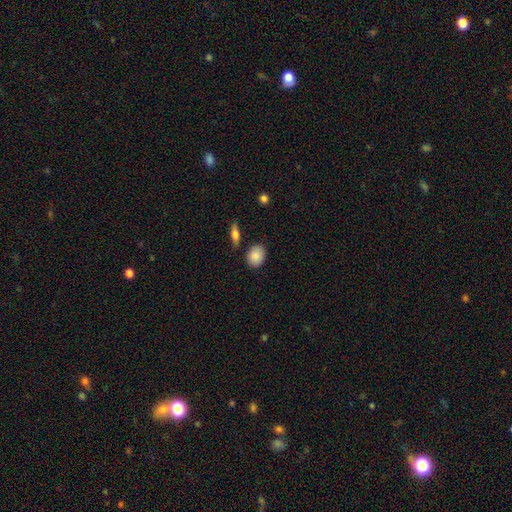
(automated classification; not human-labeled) Smooth or featured?
  - smooth: 88% *
  - star or artifact: 7%
  - featured or disk: 5%
How rounded?
  - in between: 59% *
  - round: 40%
  - cigar-shaped: 2%
Merging?
  - none: 83% *
  - minor disturbance: 11%
  - merger: 3%
  - major disturbance: 2%